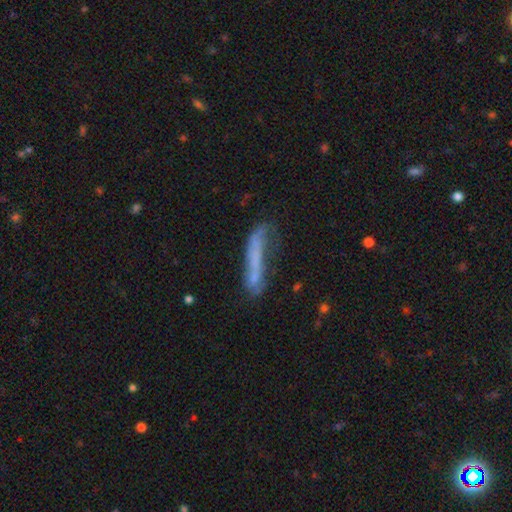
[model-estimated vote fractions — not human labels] Smooth or featured: smooth — 50% (featured or disk — 35%)
Merging: none — 63% (minor disturbance — 22%)